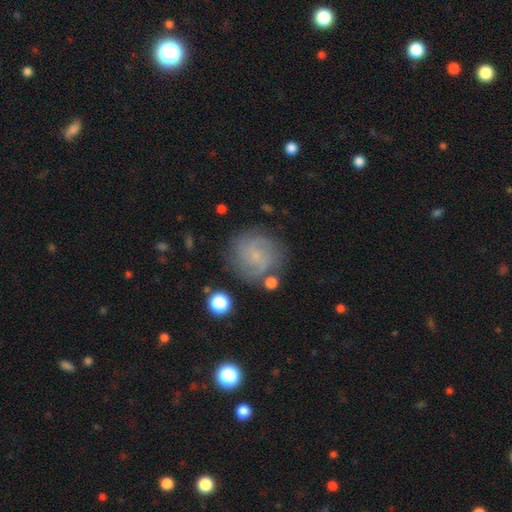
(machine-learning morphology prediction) A featured or disk galaxy (58%) with no bar (64%), spiral arms (88%) and a small central bulge (74%). Merging: none (76%).